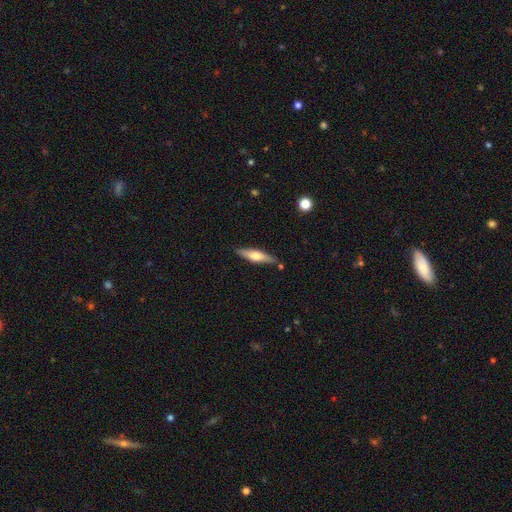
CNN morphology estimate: This appears to be a featured or disk galaxy (48%). Merging: none (84%).